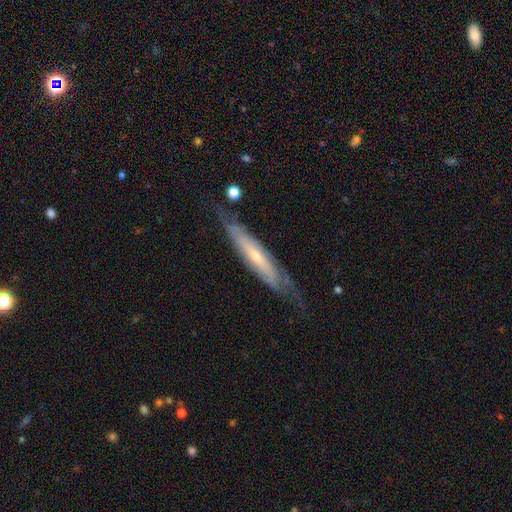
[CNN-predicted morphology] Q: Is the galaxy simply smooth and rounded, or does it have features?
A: featured or disk — 69%.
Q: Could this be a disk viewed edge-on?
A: yes — 52%.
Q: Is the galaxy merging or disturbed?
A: none — 66%.